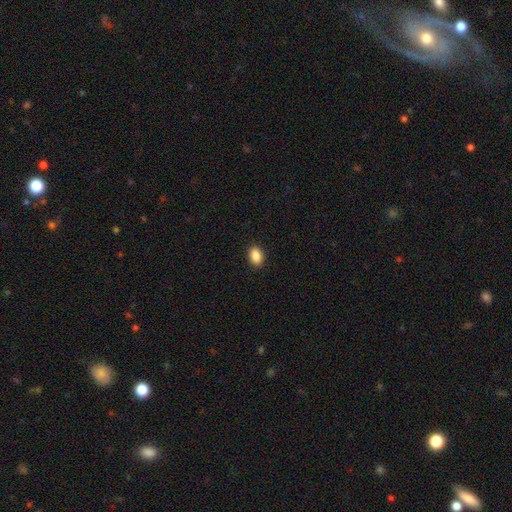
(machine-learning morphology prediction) type=smooth (89%); roundness=in between (87%); merging=none (90%).